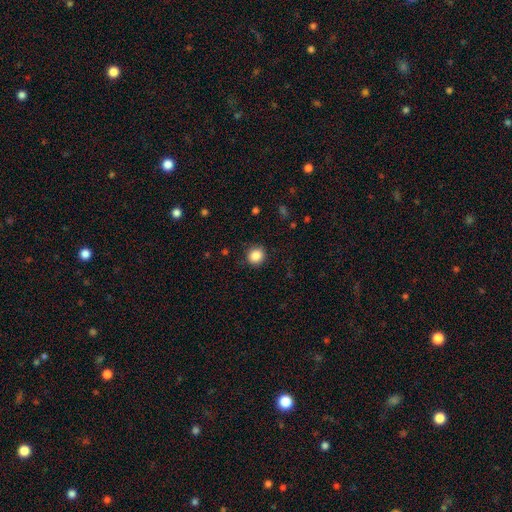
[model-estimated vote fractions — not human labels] smooth-or-featured: smooth: 87% | star or artifact: 10% | featured or disk: 4%
  how-rounded: round: 91% | in between: 8% | cigar-shaped: 1%
  merging: none: 89% | minor disturbance: 8% | major disturbance: 3% | merger: 1%